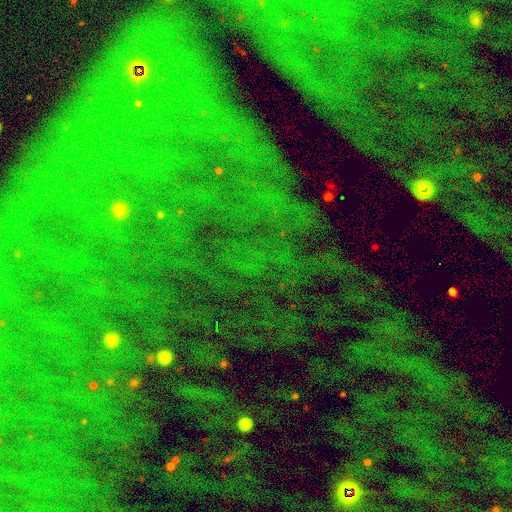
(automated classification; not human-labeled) The model was most divided on "smooth or featured": star or artifact: 84%, smooth: 9%, featured or disk: 8%.